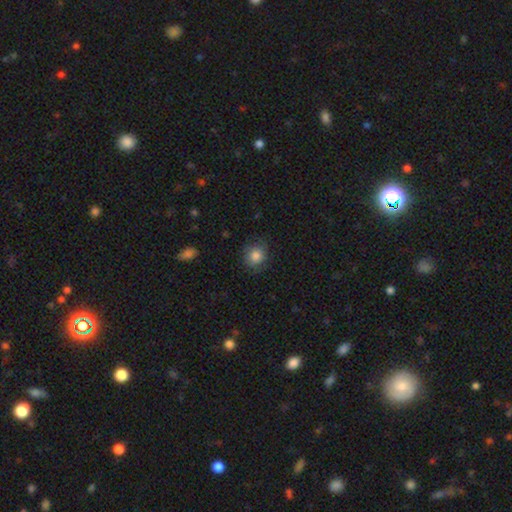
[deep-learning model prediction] This is clearly a smooth galaxy (82%). How rounded: clearly round (80%). Merging: likely none (76%).